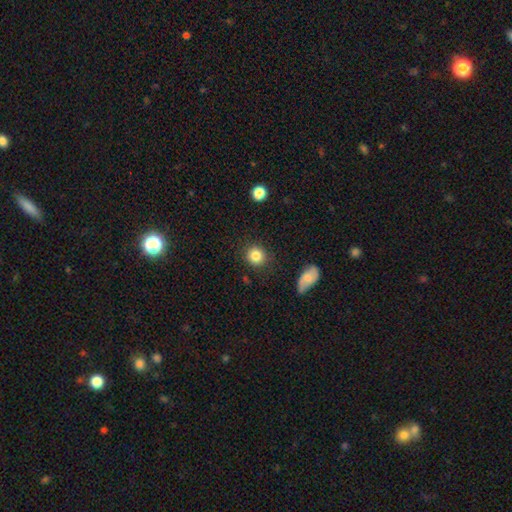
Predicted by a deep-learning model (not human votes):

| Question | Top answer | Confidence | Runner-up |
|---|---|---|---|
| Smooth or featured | smooth | 85% | star or artifact (9%) |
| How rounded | round | 89% | in between (10%) |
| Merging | none | 87% | minor disturbance (8%) |